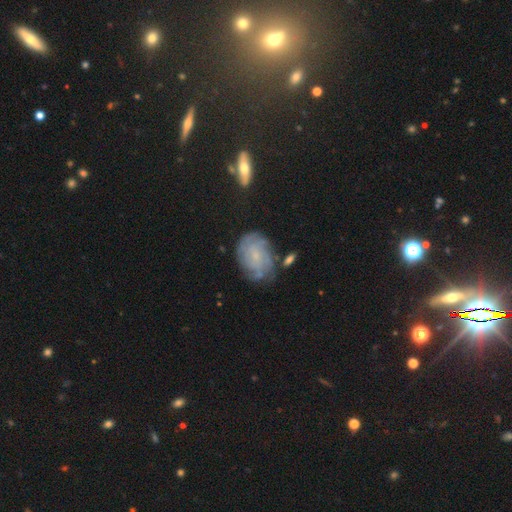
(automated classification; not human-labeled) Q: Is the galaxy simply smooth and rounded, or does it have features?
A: featured or disk — 70%.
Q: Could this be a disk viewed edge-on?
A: no — 97%.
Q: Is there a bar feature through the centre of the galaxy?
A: no — 68%.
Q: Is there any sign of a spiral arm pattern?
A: yes — 88%.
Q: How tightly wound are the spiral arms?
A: tight — 63%.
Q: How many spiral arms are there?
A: can't tell — 50%.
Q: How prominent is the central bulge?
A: small — 75%.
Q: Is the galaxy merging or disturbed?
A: none — 67%.